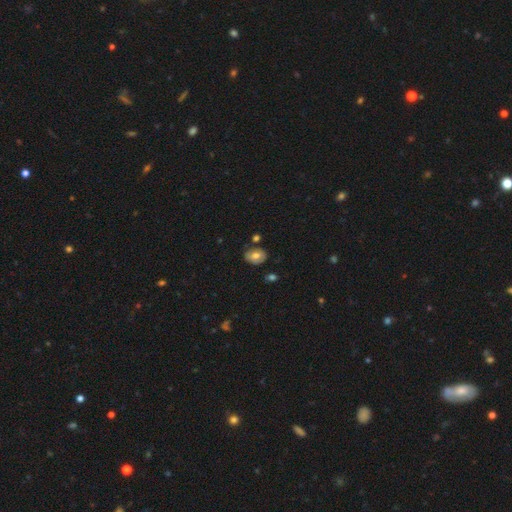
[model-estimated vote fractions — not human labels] Smooth or featured? smooth (63%)
How rounded? in between (65%)
Merging? none (75%)